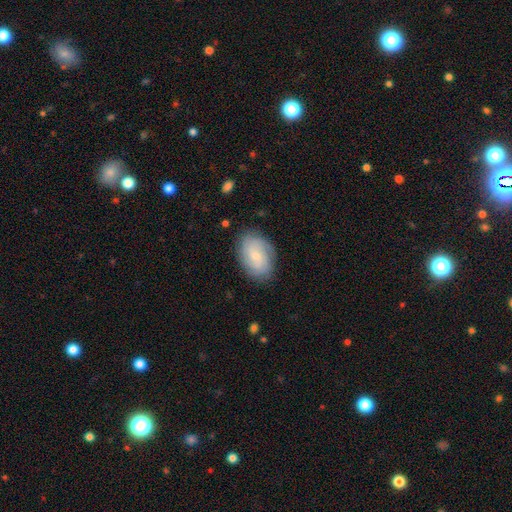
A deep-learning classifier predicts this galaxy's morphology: A featured or disk galaxy (51%).

Vote fractions:
- Smooth or featured? featured or disk: 51% / smooth: 42% / star or artifact: 7%
- Edge-on disk? no: 96% / yes: 4%
- Merging? none: 80% / minor disturbance: 15% / major disturbance: 4% / merger: 1%